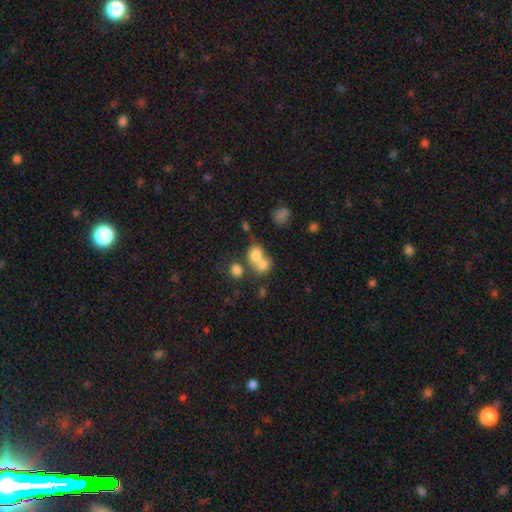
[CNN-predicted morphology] This is likely a smooth galaxy (74%). How rounded: possibly round (60%). Merging: possibly merger (57%).